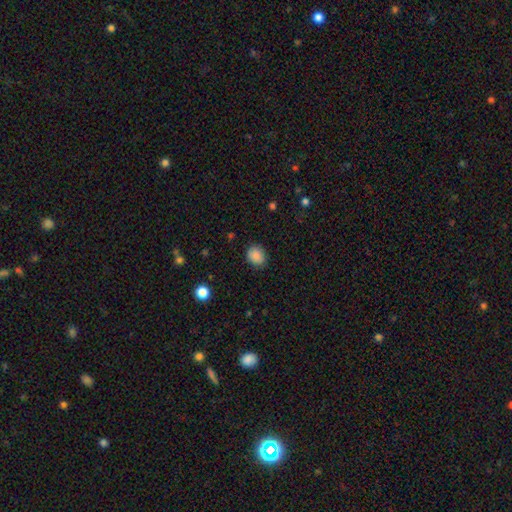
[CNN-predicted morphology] Overall: smooth (87%). How rounded: round (59%; in between 40%). Merging: none (85%).